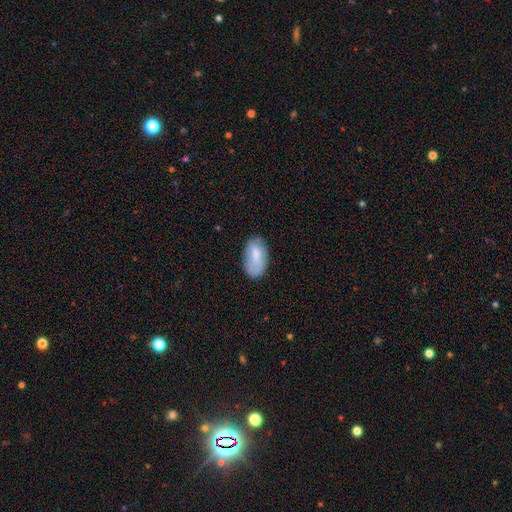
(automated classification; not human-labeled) smooth 73%, featured or disk 20%, star or artifact 7%. Down the decision tree: how rounded — in between (94%); merging — none (72%).